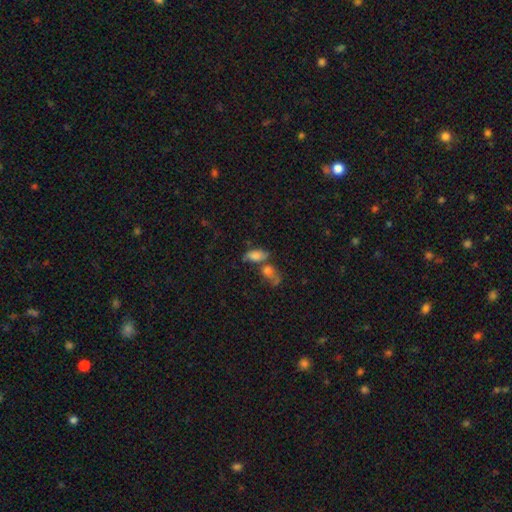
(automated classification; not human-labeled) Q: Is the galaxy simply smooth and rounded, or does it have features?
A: smooth — 69%.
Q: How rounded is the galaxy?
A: in between — 84%.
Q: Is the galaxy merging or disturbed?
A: merger — 37%.